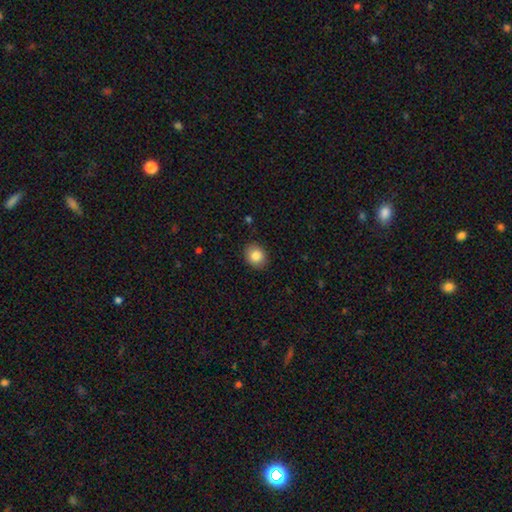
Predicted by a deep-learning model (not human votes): Smooth or featured: smooth — 84% (star or artifact — 9%)
How rounded: round — 68% (in between — 32%)
Merging: none — 89% (minor disturbance — 8%)